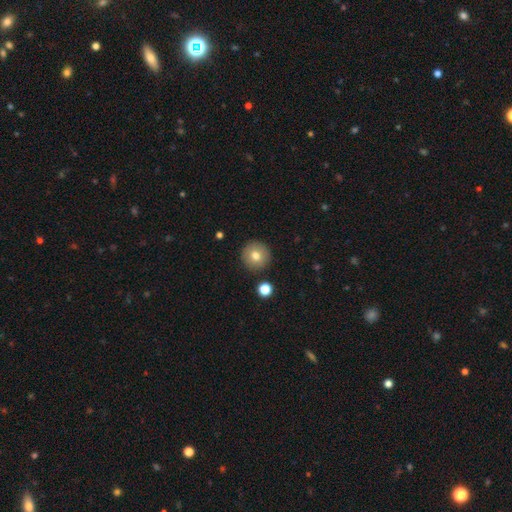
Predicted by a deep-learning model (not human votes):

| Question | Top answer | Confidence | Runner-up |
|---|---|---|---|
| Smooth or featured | smooth | 77% | featured or disk (13%) |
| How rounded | round | 96% | in between (3%) |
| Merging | none | 90% | minor disturbance (6%) |